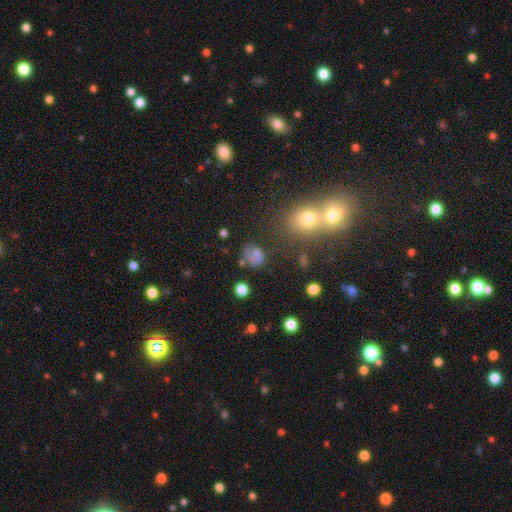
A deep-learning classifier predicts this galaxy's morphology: A smooth galaxy with no disk features (64%) that is in between round and cigar-shaped (52%).

Vote fractions:
- Smooth or featured? smooth: 64% / featured or disk: 19% / star or artifact: 17%
- How rounded? in between: 52% / round: 47% / cigar-shaped: 1%
- Merging? none: 45% / minor disturbance: 24% / major disturbance: 23% / merger: 8%